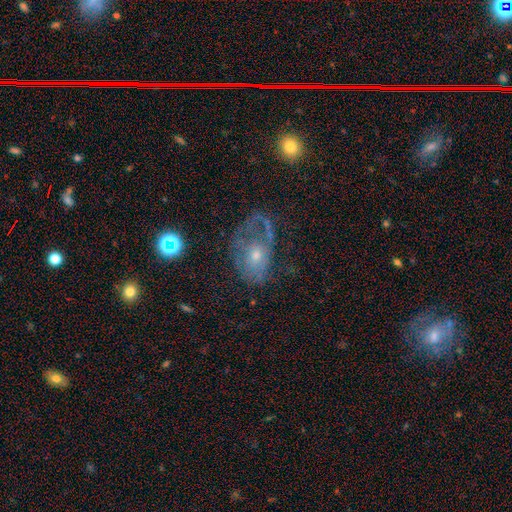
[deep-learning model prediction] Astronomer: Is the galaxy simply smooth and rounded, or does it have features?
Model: featured or disk — 62%.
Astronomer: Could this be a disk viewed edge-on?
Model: no — 95%.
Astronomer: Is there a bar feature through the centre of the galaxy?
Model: no — 82%.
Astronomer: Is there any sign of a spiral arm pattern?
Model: yes — 57% (runner-up: no, 43%).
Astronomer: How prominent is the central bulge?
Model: small — 51% (runner-up: moderate, 42%).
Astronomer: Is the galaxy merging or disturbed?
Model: none — 41% (runner-up: major disturbance, 34%).